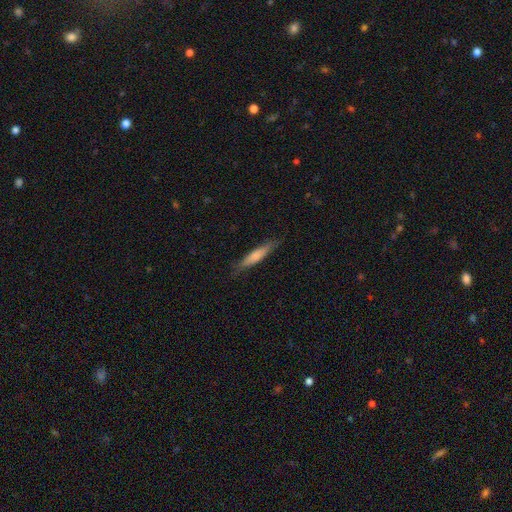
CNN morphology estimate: Overall: smooth (72%). How rounded: cigar-shaped (86%). Merging: none (82%).